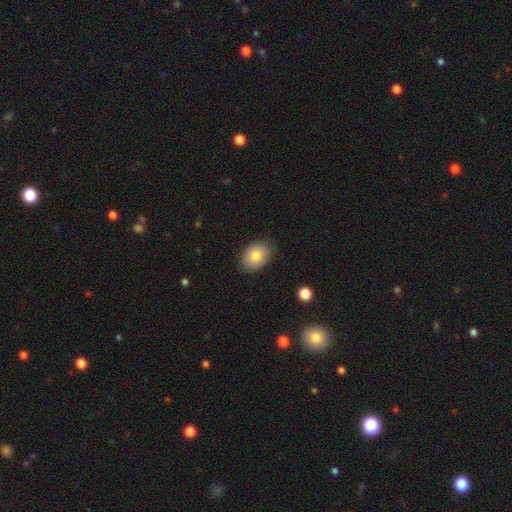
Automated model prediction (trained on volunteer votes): smooth_or_featured: smooth (p=0.81) [alt: featured or disk p=0.12]
how_rounded: in between (p=0.76) [alt: round p=0.23]
merging: none (p=0.84) [alt: minor disturbance p=0.12]